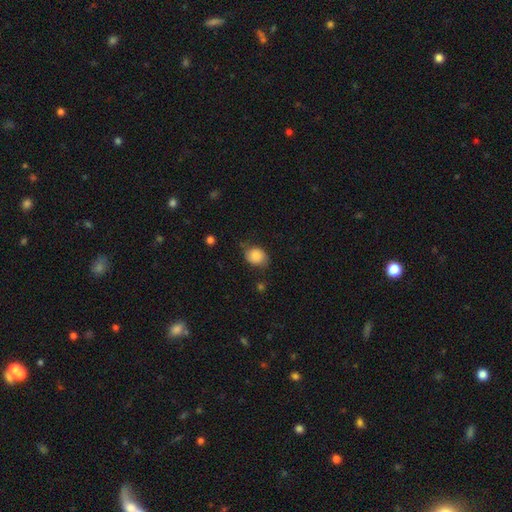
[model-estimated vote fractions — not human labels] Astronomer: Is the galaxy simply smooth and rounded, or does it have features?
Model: smooth — 80%.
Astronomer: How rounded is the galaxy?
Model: in between — 50% (runner-up: round, 49%).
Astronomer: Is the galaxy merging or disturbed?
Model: none — 64%.